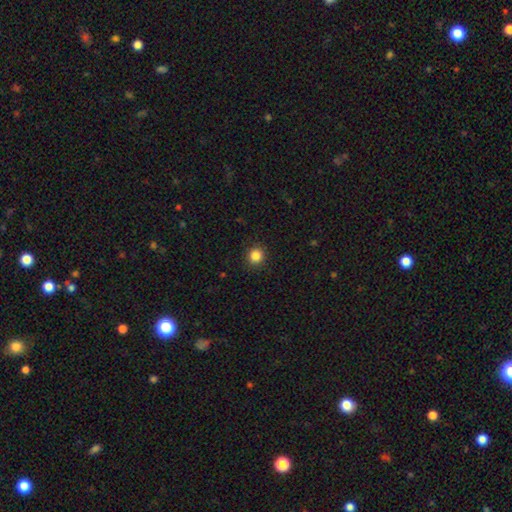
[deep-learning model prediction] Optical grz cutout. It shows a smooth galaxy with no disk features (85%) that is round (92%). Merging: none (92%).